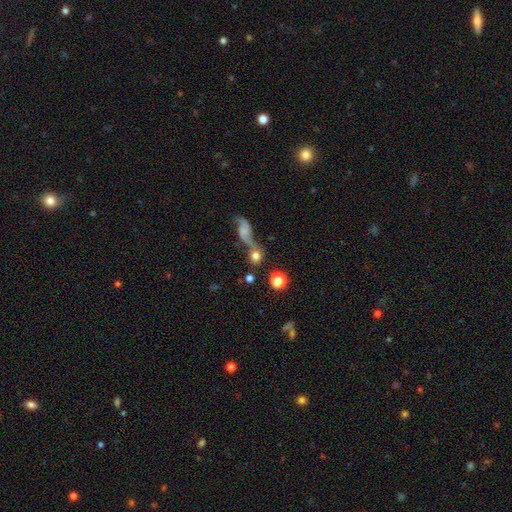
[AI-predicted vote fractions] Overall: smooth (69%). How rounded: round (78%). Merging: merger (42%; none 39%).